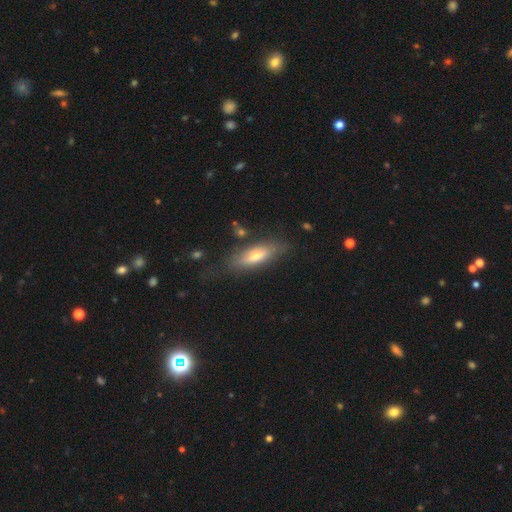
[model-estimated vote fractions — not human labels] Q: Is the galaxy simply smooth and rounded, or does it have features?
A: smooth — 59%.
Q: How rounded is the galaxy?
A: in between — 57%.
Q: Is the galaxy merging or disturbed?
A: none — 73%.